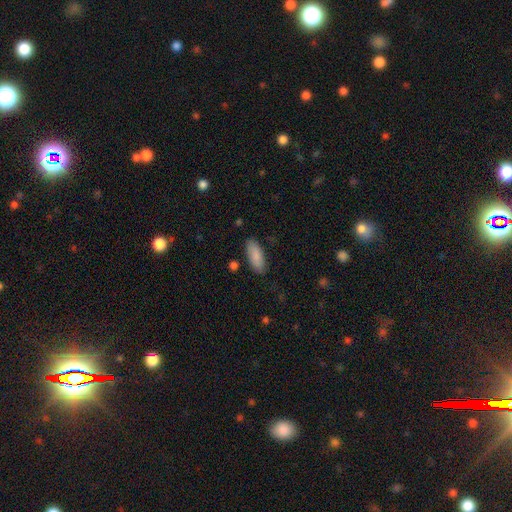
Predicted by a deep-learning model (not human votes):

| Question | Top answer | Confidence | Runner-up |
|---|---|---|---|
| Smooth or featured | smooth | 88% | featured or disk (6%) |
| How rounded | in between | 76% | cigar-shaped (22%) |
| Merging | none | 85% | minor disturbance (11%) |